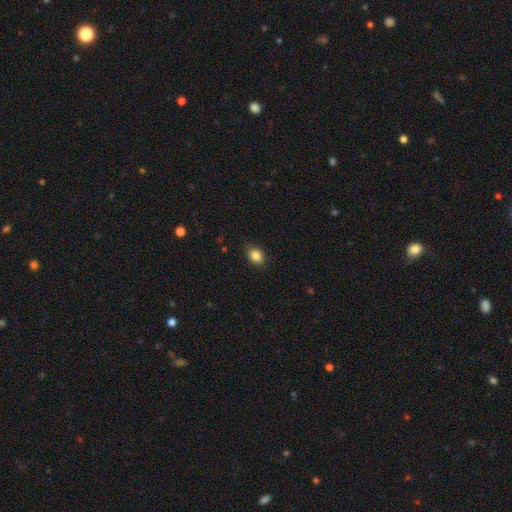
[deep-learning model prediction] Smooth or featured? smooth (86%)
How rounded? in between (58%)
Merging? none (86%)